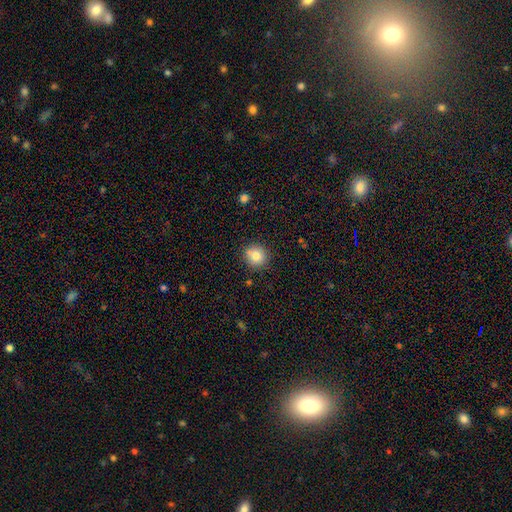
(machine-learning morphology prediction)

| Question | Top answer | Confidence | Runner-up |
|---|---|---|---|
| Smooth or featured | smooth | 81% | star or artifact (10%) |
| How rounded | round | 88% | in between (11%) |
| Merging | none | 83% | minor disturbance (11%) |